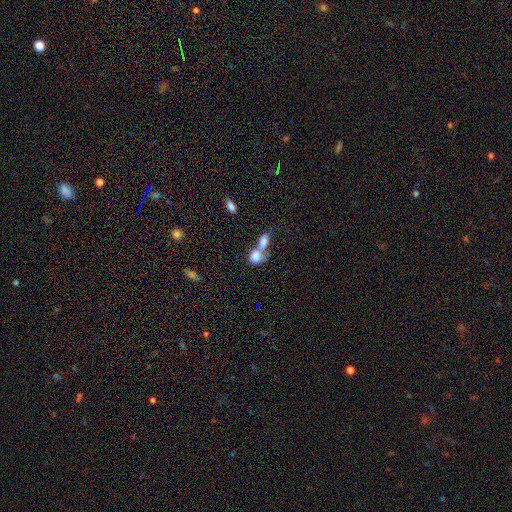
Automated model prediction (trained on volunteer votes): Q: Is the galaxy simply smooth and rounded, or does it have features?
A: smooth — 80%.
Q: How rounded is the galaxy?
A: in between — 63%.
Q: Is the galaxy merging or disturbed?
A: merger — 73%.